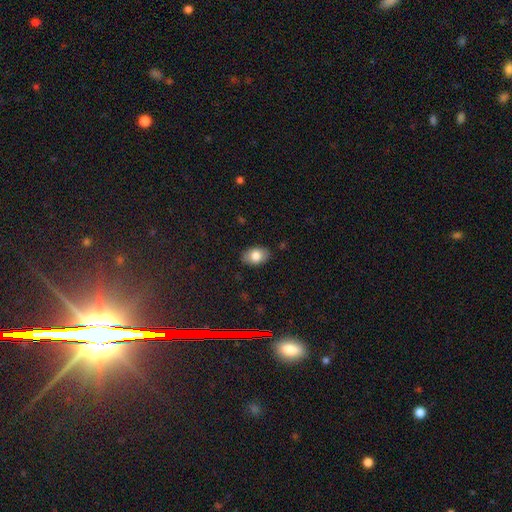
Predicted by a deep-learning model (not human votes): smooth 79%, featured or disk 12%, star or artifact 8%. Down the decision tree: how rounded — in between (86%); merging — none (86%).